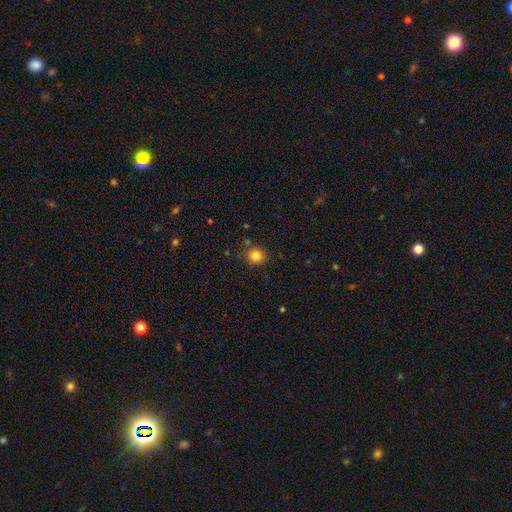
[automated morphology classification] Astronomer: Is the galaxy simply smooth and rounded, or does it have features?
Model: smooth — 83%.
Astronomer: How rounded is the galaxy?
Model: round — 93%.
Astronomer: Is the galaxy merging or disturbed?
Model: none — 86%.